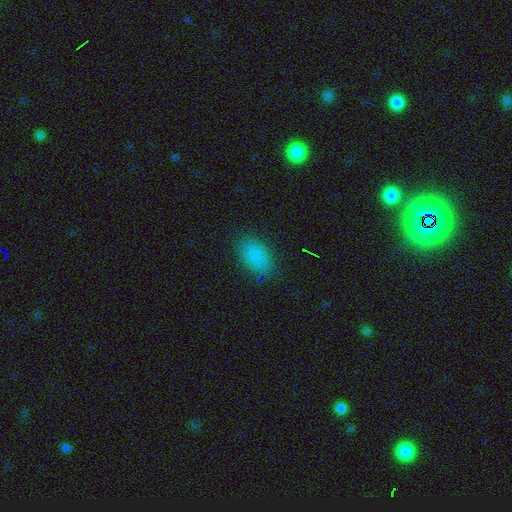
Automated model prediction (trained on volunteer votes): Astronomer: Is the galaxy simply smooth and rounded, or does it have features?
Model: smooth — 83%.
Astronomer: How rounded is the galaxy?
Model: in between — 91%.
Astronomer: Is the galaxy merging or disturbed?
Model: none — 84%.